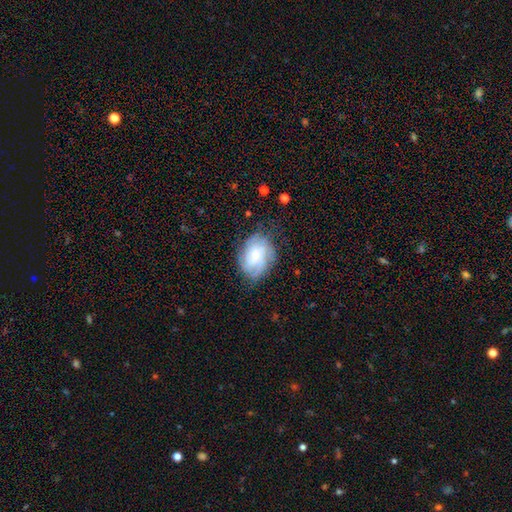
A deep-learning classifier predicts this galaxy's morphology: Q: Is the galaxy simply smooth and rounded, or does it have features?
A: featured or disk — 59%.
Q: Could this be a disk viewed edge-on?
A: no — 97%.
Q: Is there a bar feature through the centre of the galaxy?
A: no — 72%.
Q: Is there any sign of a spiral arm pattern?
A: yes — 88%.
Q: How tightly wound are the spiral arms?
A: tight — 54%.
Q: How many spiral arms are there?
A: can't tell — 41%.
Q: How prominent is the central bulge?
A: small — 59%.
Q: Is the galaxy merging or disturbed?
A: none — 65%.